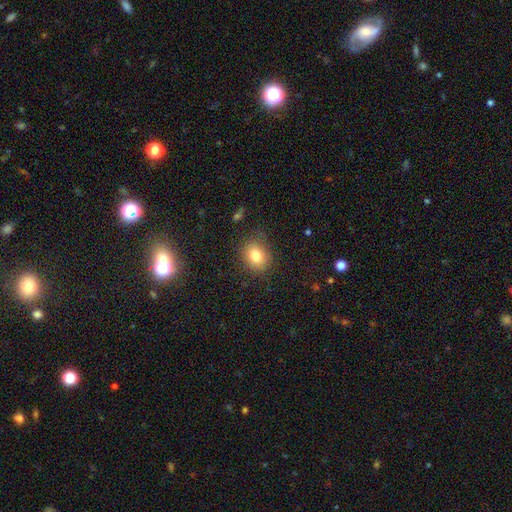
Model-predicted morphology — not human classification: Smooth or featured: smooth — 81% (star or artifact — 11%)
How rounded: round — 57% (in between — 42%)
Merging: none — 81% (minor disturbance — 14%)